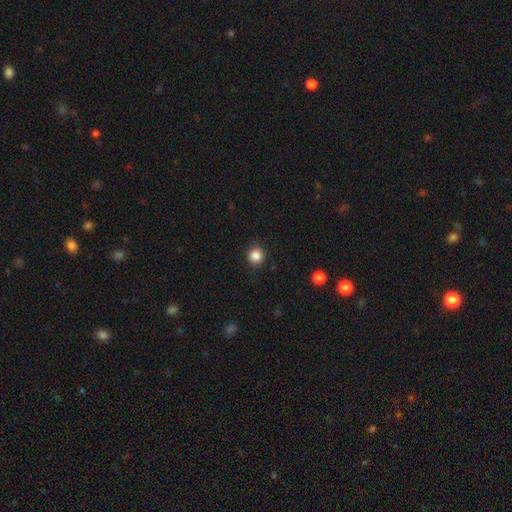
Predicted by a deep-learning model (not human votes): smooth 86%, star or artifact 11%, featured or disk 4%. Down the decision tree: how rounded — round (92%); merging — none (90%).